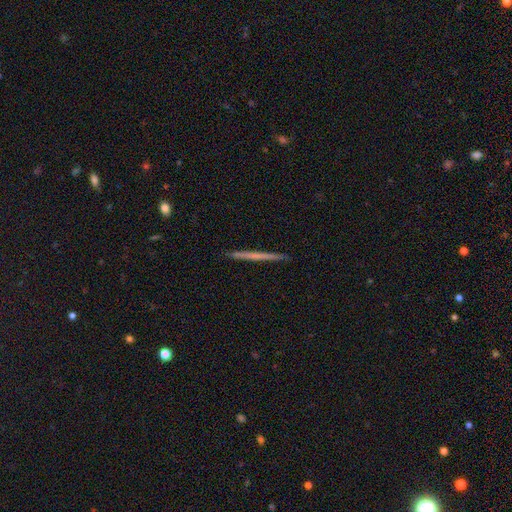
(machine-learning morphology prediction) This appears to be a featured or disk galaxy (52%) viewed edge-on (98%) with no central bulge (91%). Merging: none (93%).